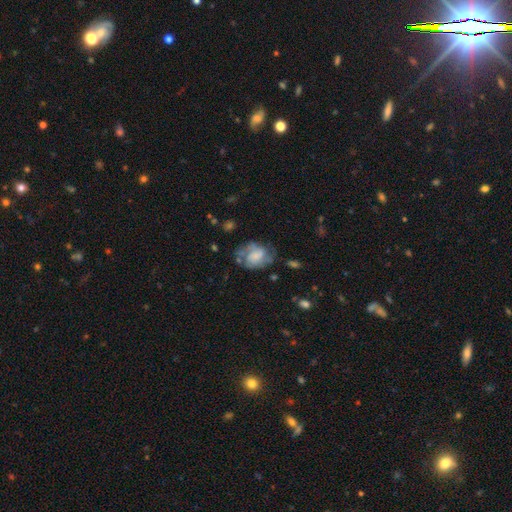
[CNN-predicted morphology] A featured or disk galaxy (54%) with no bar (60%), spiral arms (71%) and no central bulge (36%).

Vote fractions:
- Smooth or featured? featured or disk: 54% / smooth: 38% / star or artifact: 9%
- Edge-on disk? no: 97% / yes: 3%
- Bar? no: 60% / weak: 32% / strong: 8%
- Spiral arms? yes: 71% / no: 29%
- Bulge size? none: 36% / small: 23% / moderate: 22% / large: 16% / dominant: 3%
- Merging? none: 49% / minor disturbance: 26% / major disturbance: 20% / merger: 4%